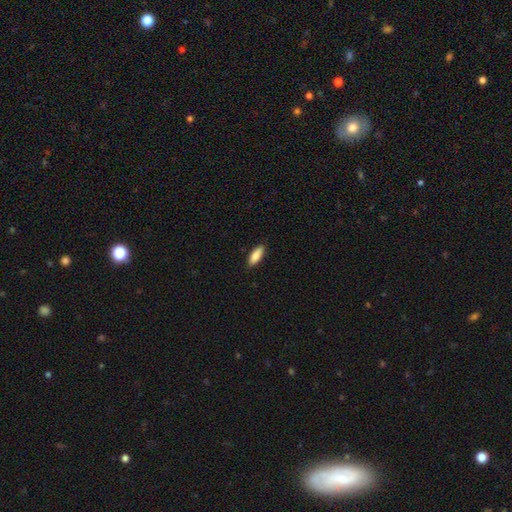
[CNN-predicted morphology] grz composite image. It shows a smooth galaxy with no disk features (88%) that is in between round and cigar-shaped (69%). Merging: none (88%).